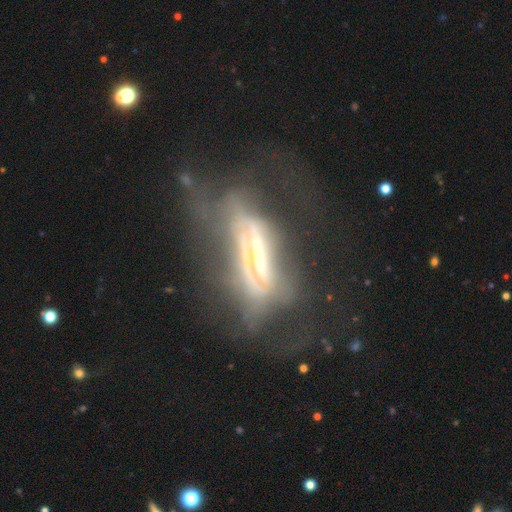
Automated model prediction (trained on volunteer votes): This is likely a featured or disk galaxy (70%). It is possibly not viewed edge-on (50%, tied with yes). Merging: possibly major disturbance (50%).